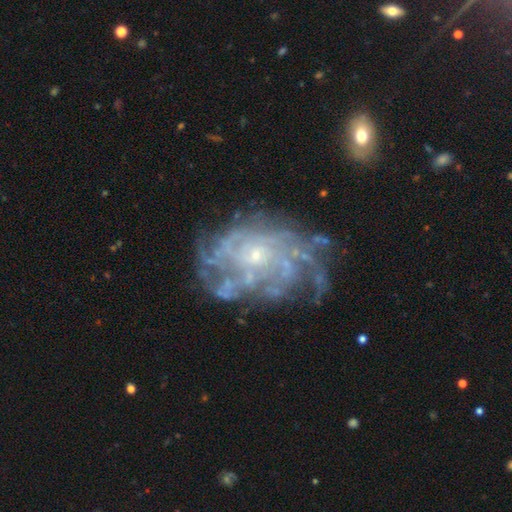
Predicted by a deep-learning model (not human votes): Overall: featured or disk (86%). Edge-on disk: no (97%). Bar: no (78%). Spiral arms: yes (92%). Spiral arm count: can't tell (33%; more than 4 26%). Spiral winding: tight (64%; medium 27%). Bulge size: small (80%). Merging: none (66%).